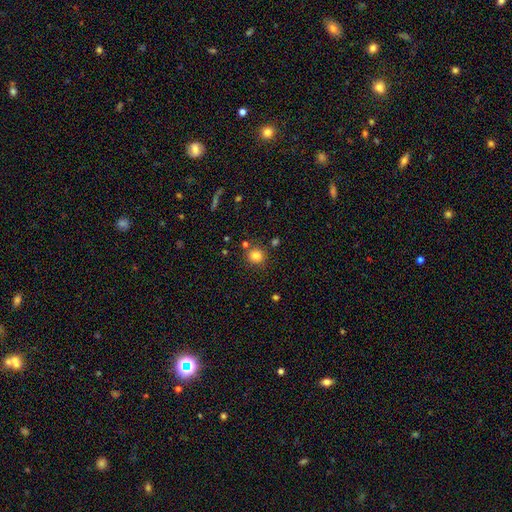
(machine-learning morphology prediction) A smooth galaxy with no disk features (82%) that is round (86%). Merging: none (81%).